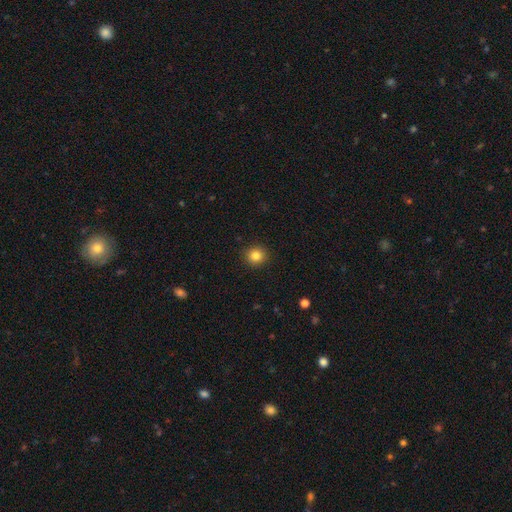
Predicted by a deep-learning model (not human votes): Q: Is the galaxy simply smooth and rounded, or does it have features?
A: smooth — 83%.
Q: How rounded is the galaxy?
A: round — 93%.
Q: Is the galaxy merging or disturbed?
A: none — 92%.